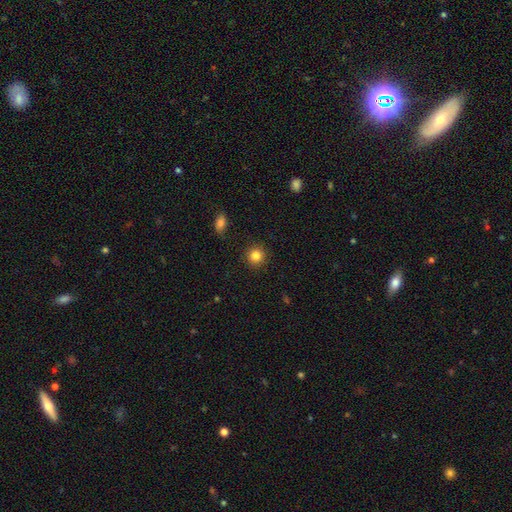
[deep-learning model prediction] smooth 84%, star or artifact 11%, featured or disk 5%. Down the decision tree: how rounded — round (92%); merging — none (91%).